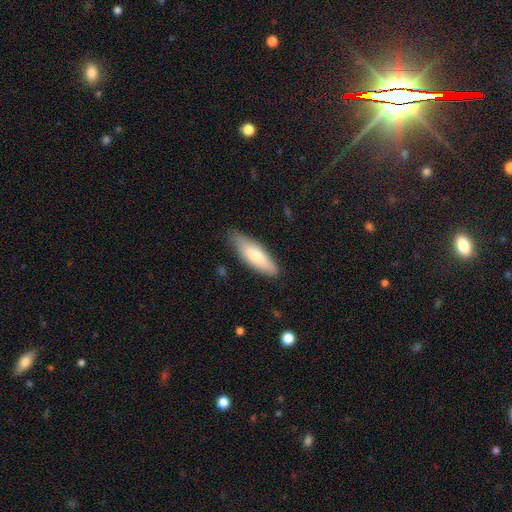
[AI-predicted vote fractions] This is likely a smooth galaxy (74%). How rounded: possibly in between (55%). Merging: likely none (78%).